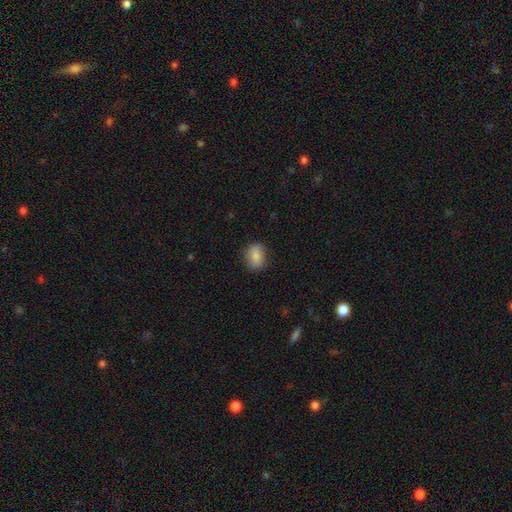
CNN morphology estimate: Smooth or featured? smooth (83%)
How rounded? in between (65%)
Merging? none (80%)